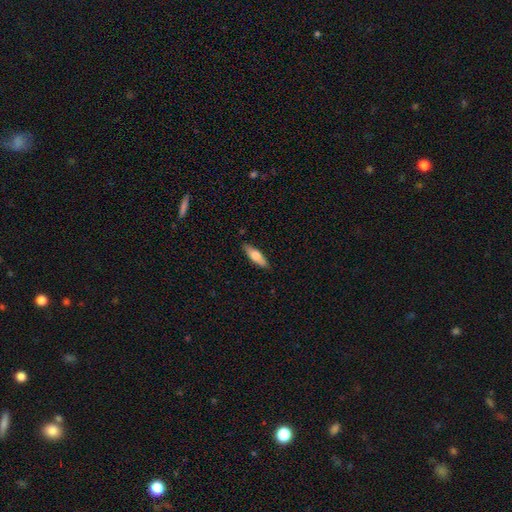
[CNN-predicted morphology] Smooth or featured?
  - smooth: 65% *
  - featured or disk: 29%
  - star or artifact: 6%
How rounded?
  - cigar-shaped: 50% *
  - in between: 48%
  - round: 2%
Merging?
  - none: 88% *
  - minor disturbance: 9%
  - major disturbance: 2%
  - merger: 1%